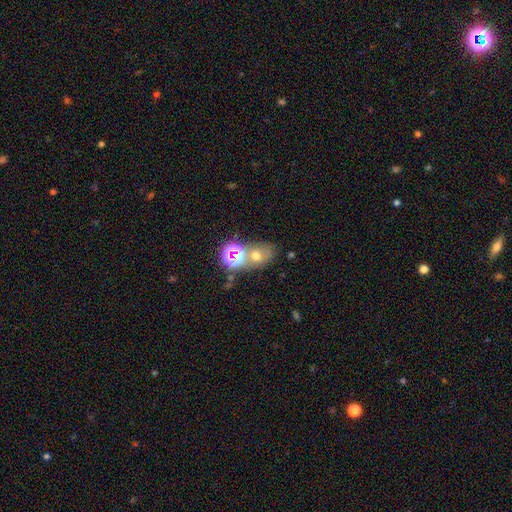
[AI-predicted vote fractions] Smooth or featured: smooth — 55% (star or artifact — 27%)
How rounded: in between — 54% (round — 44%)
Merging: none — 47% (merger — 35%)